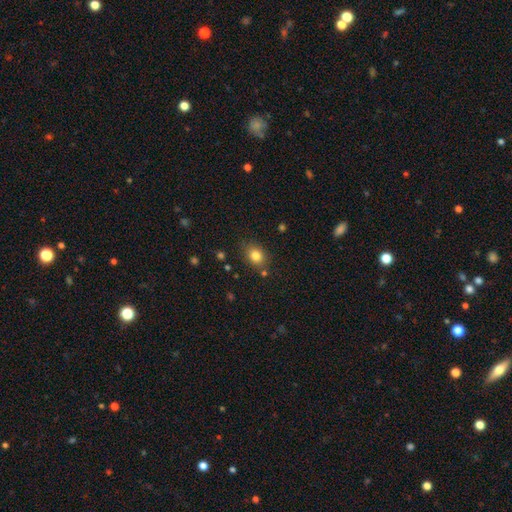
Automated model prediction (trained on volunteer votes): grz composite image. It shows a smooth galaxy with no disk features (81%) that is round (49%, tied with in between). Merging: none (79%).